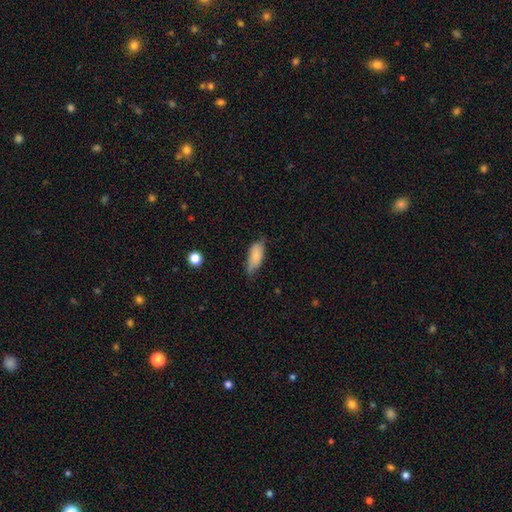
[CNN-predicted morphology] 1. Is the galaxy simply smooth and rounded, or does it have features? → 79% smooth, 14% featured or disk, 7% star or artifact.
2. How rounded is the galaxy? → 84% in between, 14% cigar-shaped, 2% round.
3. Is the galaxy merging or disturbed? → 54% none, 37% minor disturbance, 8% major disturbance, 2% merger.